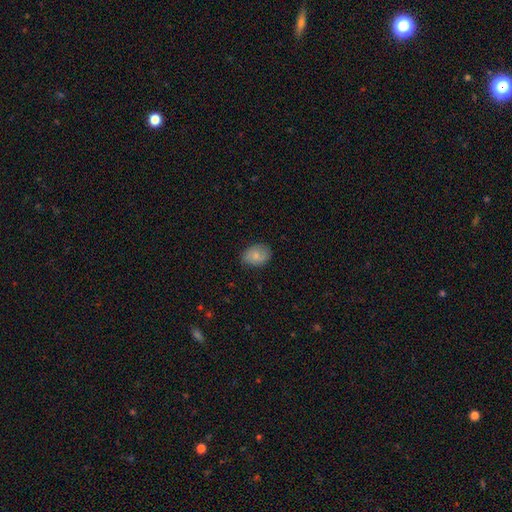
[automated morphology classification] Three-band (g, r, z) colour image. It shows a smooth galaxy with no disk features (77%) that is in between round and cigar-shaped (74%). Merging: none (77%).